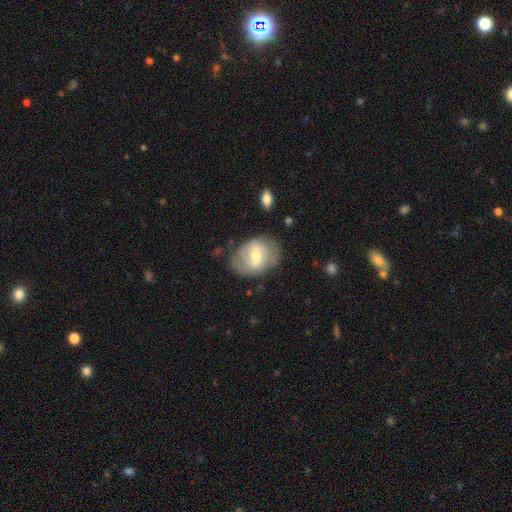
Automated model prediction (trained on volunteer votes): Q: Smooth or featured?
A: featured or disk (54%); runner-up: smooth (39%)
Q: Edge-on disk?
A: no (95%); runner-up: yes (5%)
Q: Bar?
A: weak (52%); runner-up: strong (28%)
Q: Spiral arms?
A: yes (60%); runner-up: no (40%)
Q: Bulge size?
A: moderate (58%); runner-up: small (33%)
Q: Merging?
A: none (67%); runner-up: minor disturbance (21%)